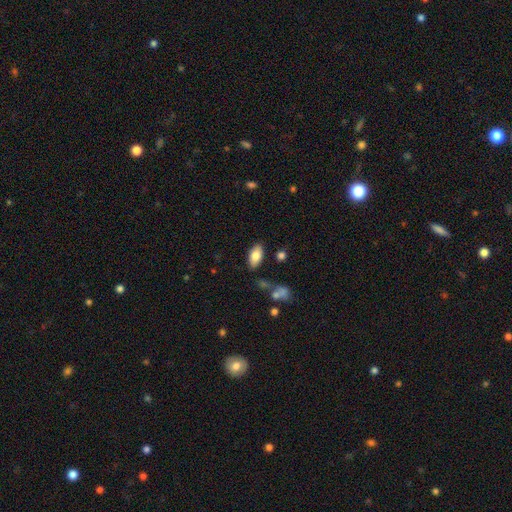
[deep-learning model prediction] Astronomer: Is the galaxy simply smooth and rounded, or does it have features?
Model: smooth — 81%.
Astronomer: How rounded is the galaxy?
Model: in between — 93%.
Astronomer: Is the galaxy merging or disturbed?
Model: none — 83%.